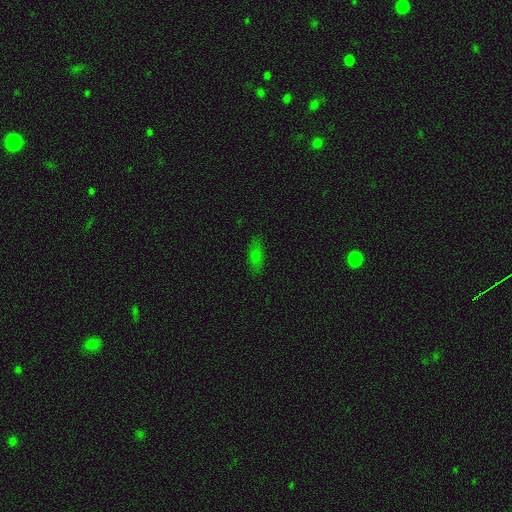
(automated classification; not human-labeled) smooth 75%, featured or disk 13%, star or artifact 12%. Down the decision tree: how rounded — in between (72%); merging — none (83%).